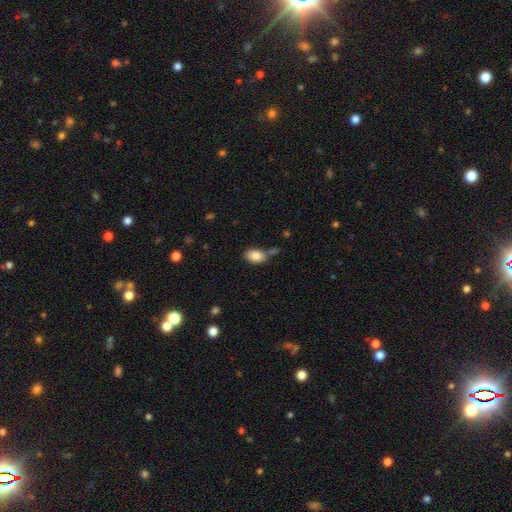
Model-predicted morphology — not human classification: smooth_or_featured: smooth (p=0.84) [alt: featured or disk p=0.08]
how_rounded: in between (p=0.86) [alt: round p=0.13]
merging: none (p=0.52) [alt: minor disturbance p=0.22]